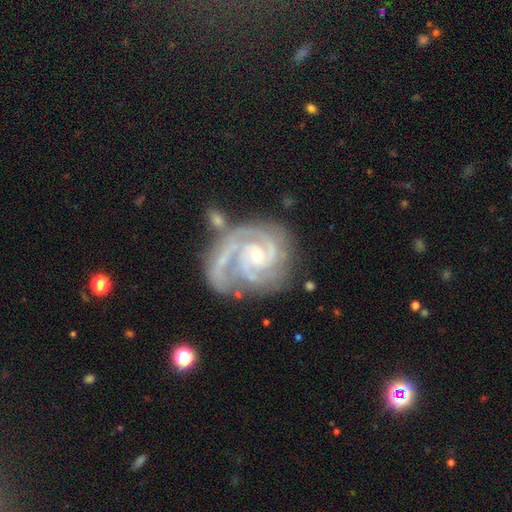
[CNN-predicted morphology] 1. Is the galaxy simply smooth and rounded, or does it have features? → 93% featured or disk, 5% star or artifact, 3% smooth.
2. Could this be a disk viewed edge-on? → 98% no, 2% yes.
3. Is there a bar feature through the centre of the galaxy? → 59% no, 31% weak, 10% strong.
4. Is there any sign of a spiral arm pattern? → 99% yes, 1% no.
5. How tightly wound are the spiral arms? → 66% tight, 30% medium, 4% loose.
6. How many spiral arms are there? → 43% 2, 35% 3, 7% can't tell, 6% 4, 4% 1, 4% more than 4.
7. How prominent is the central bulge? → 72% small, 24% moderate, 2% none, 1% large, 1% dominant.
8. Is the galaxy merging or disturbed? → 54% none, 21% minor disturbance, 13% merger, 12% major disturbance.